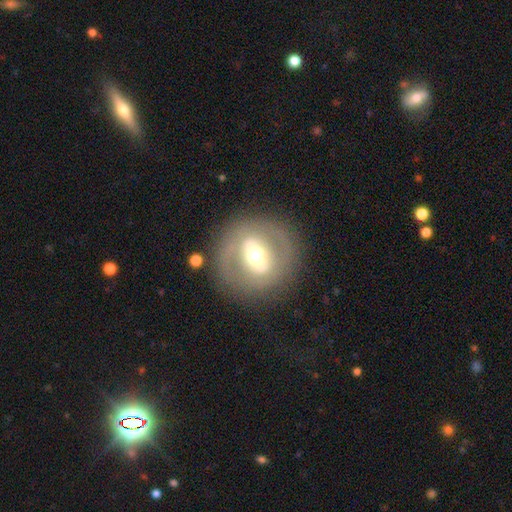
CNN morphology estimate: Smooth or featured? featured or disk (61%)
Edge-on disk? no (91%)
Bar? strong (49%)
Spiral arms? no (75%)
Bulge size? moderate (64%)
Merging? none (81%)